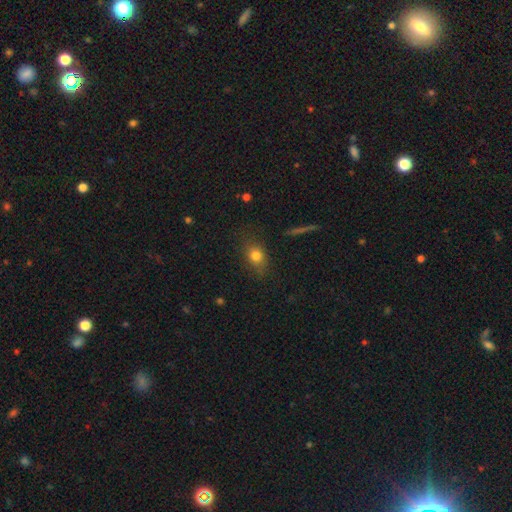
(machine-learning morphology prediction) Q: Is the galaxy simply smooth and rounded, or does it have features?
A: smooth — 79%.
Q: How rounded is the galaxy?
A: in between — 57%.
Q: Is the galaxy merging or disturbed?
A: none — 77%.